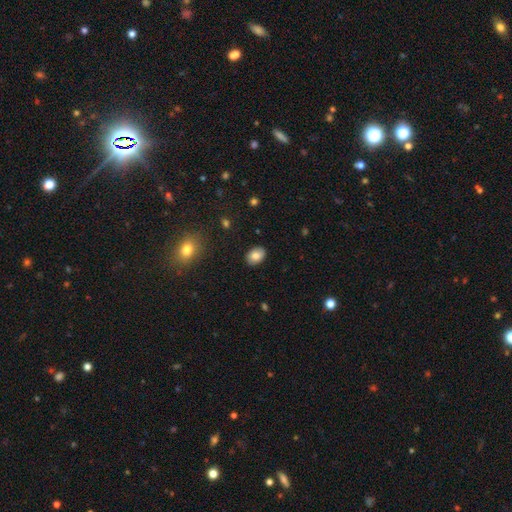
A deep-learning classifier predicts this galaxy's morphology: Smooth or featured? Predicted: smooth (p=0.82). How rounded? Predicted: in between (p=0.77). Merging? Predicted: none (p=0.89).